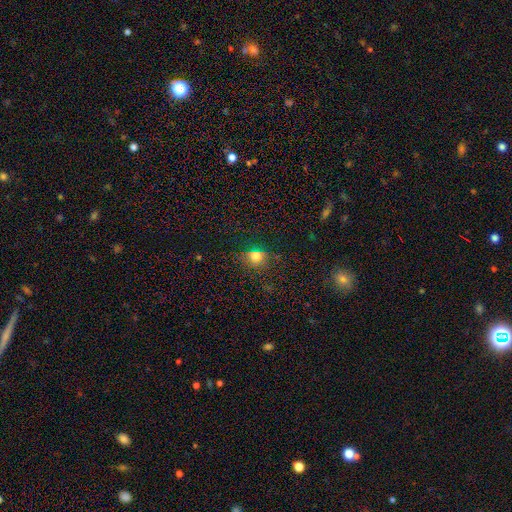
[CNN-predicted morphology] type=smooth (75%); roundness=round (62%); merging=none (75%).